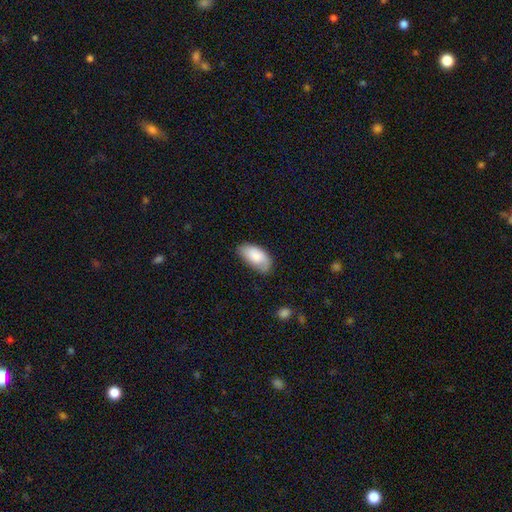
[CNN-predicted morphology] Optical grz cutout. It shows a smooth galaxy with no disk features (79%) that is in between round and cigar-shaped (95%). Merging: none (62%).